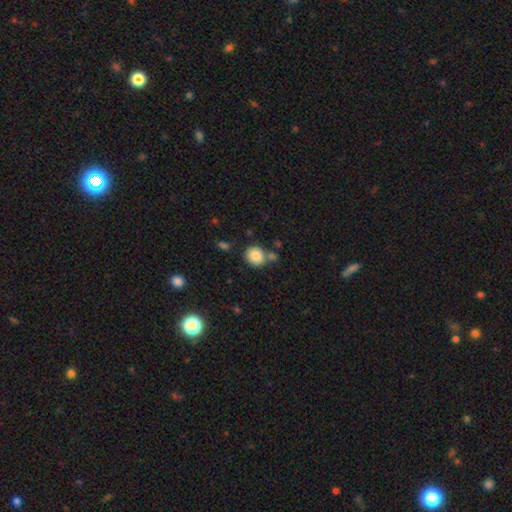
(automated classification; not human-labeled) The model was most divided on "merging": none: 65%, merger: 18%, minor disturbance: 13%, major disturbance: 4%. More confident: smooth or featured — smooth (85%); how rounded — round (80%).